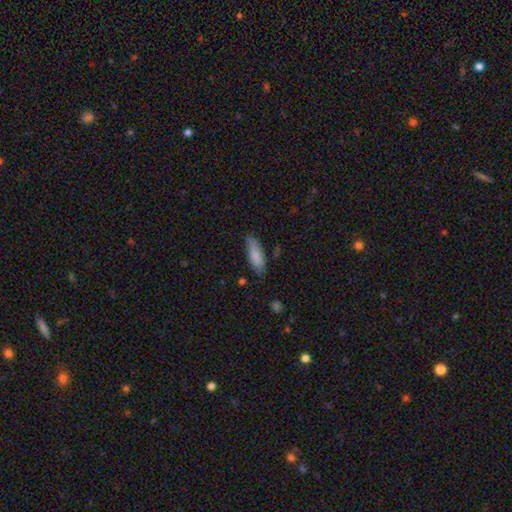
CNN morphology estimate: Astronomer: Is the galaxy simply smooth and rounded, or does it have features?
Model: smooth — 83%.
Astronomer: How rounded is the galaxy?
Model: in between — 63%.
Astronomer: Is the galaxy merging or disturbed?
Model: none — 72%.